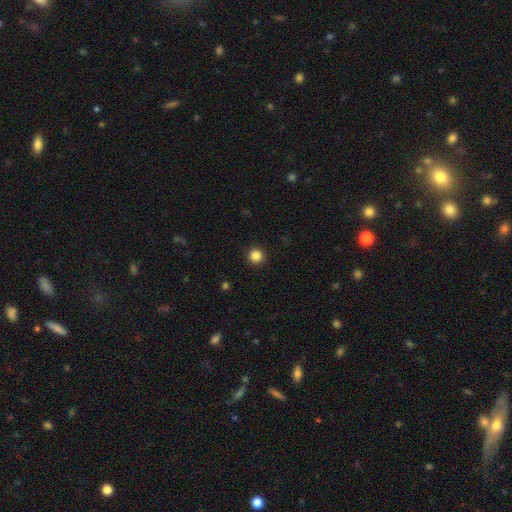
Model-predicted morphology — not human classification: Smooth or featured? smooth (86%)
How rounded? round (96%)
Merging? none (94%)